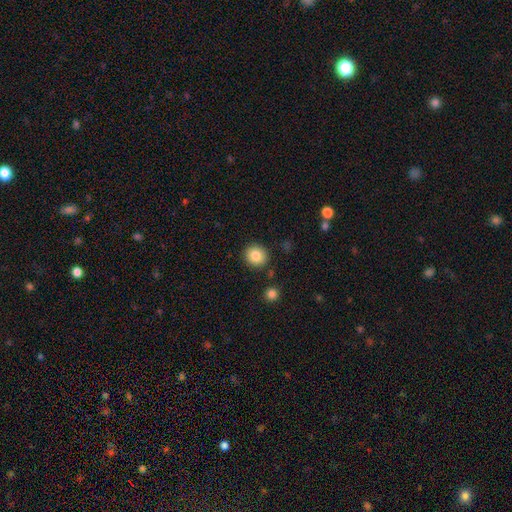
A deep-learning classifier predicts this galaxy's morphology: Smooth or featured? Predicted: smooth (p=0.85). How rounded? Predicted: round (p=0.85). Merging? Predicted: none (p=0.88).